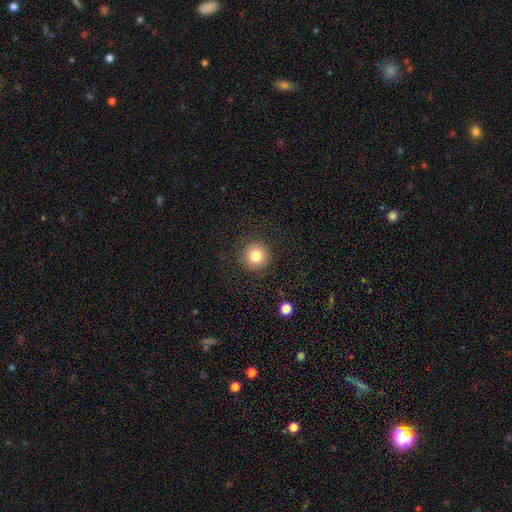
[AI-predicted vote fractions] A smooth galaxy with no disk features (80%) that is round (95%). Merging: none (89%).